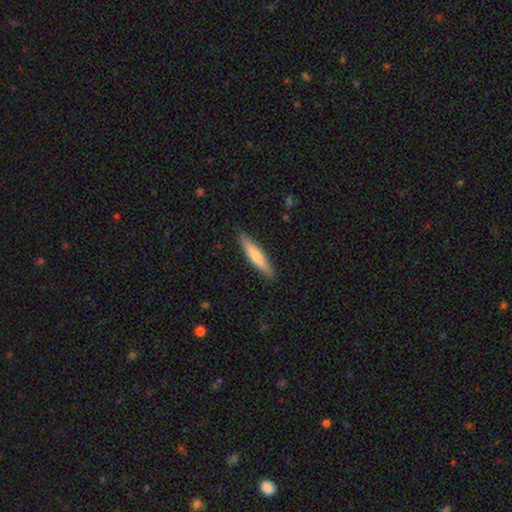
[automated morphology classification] smooth 67%, featured or disk 28%, star or artifact 5%. Down the decision tree: how rounded — cigar-shaped (88%); merging — none (89%).